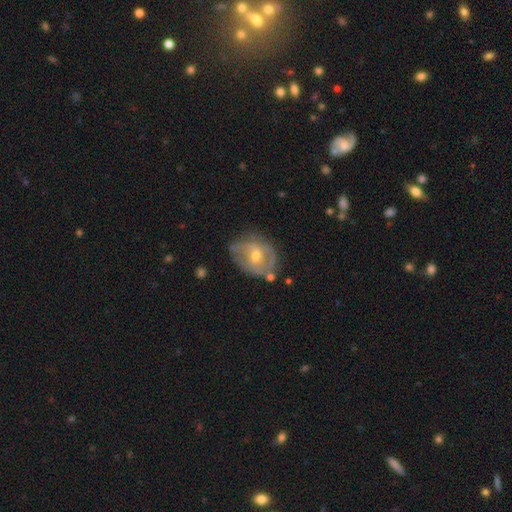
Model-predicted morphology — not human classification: Smooth or featured? featured or disk (70%)
Edge-on disk? no (96%)
Bar? no (51%)
Spiral arms? yes (70%)
Bulge size? moderate (55%)
Merging? none (58%)